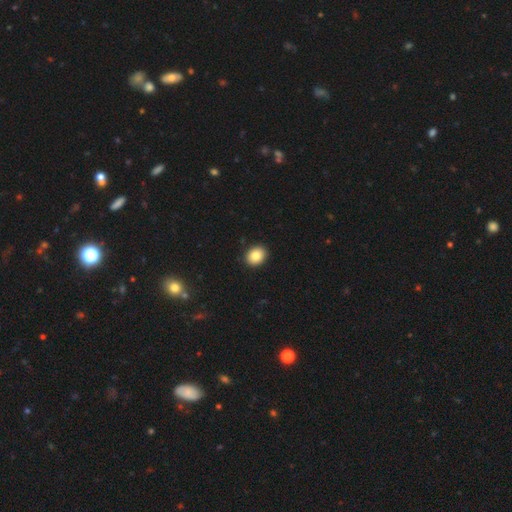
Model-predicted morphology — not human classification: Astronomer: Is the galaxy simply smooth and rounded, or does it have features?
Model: smooth — 85%.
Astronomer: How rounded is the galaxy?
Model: in between — 51% (runner-up: round, 48%).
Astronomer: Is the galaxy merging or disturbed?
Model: none — 91%.